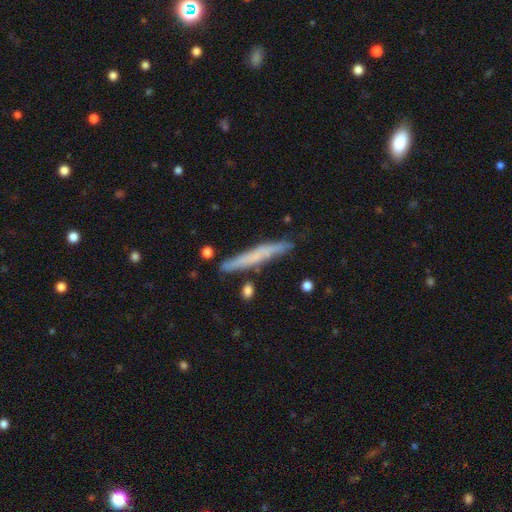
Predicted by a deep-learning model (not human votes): smooth-or-featured: smooth: 54% | featured or disk: 40% | star or artifact: 7%
  how-rounded: cigar-shaped: 96% | in between: 3% | round: 1%
  merging: none: 81% | minor disturbance: 14% | merger: 3% | major disturbance: 2%